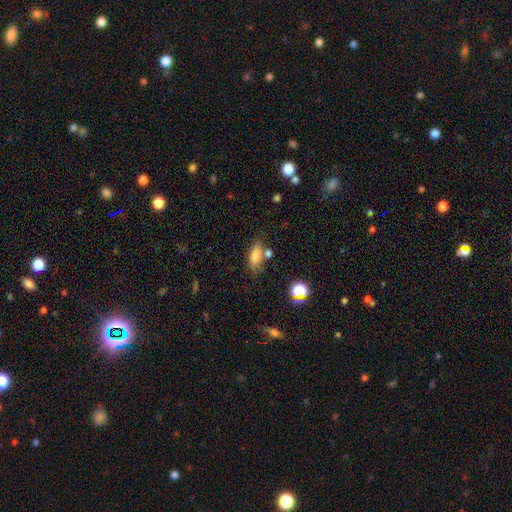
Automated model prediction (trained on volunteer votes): A smooth galaxy with no disk features (79%) that is in between round and cigar-shaped (78%). Merging: none (61%).